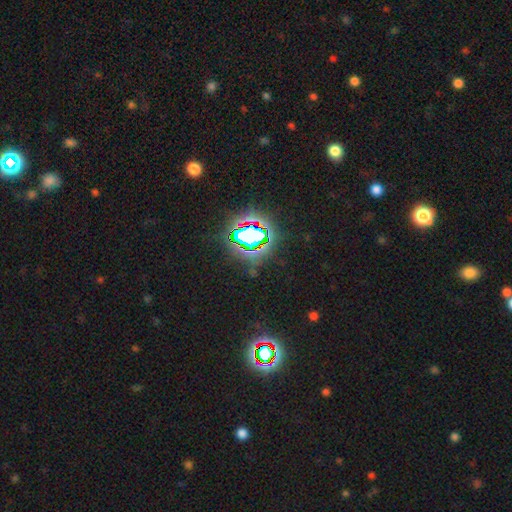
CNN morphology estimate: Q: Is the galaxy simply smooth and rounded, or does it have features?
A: star or artifact — 81%.